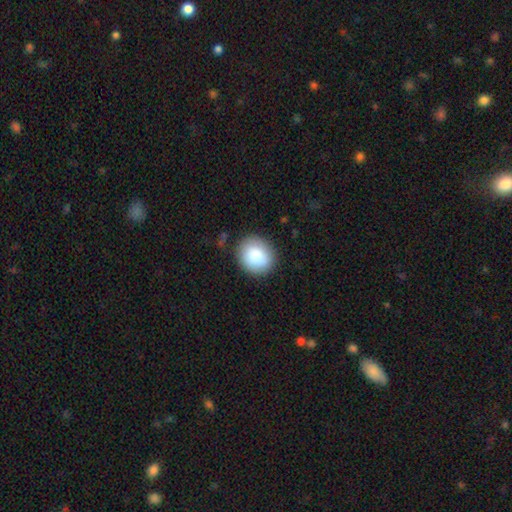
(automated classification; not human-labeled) Smooth or featured? smooth (87%)
How rounded? round (77%)
Merging? none (85%)